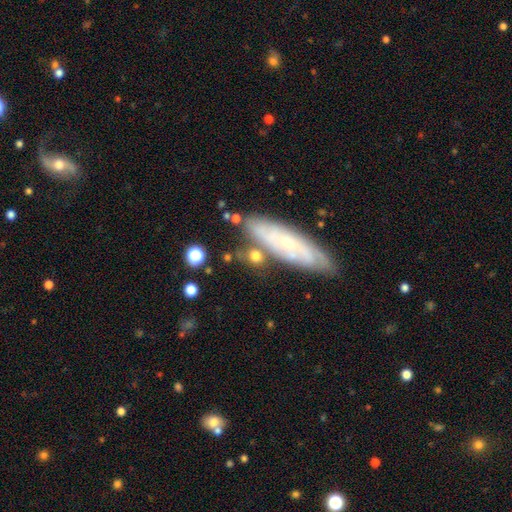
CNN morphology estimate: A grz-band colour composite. It shows a smooth galaxy with no disk features (68%) that is round (39%). Merging: none (69%).